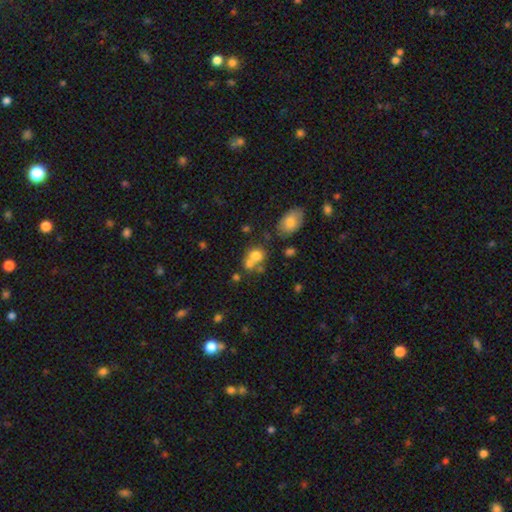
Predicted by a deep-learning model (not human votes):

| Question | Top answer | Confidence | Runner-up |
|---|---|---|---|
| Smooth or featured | smooth | 72% | featured or disk (16%) |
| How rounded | round | 63% | in between (36%) |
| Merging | merger | 51% | none (35%) |